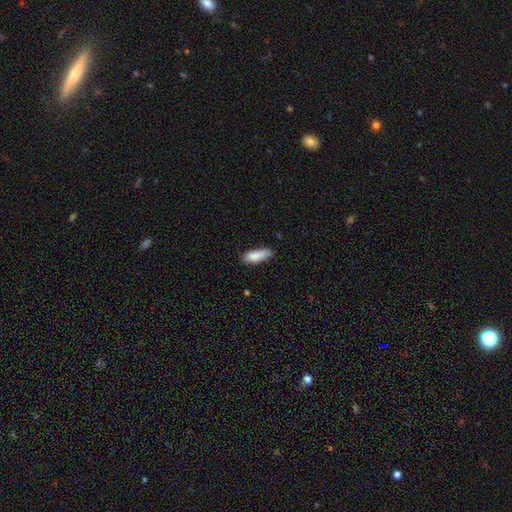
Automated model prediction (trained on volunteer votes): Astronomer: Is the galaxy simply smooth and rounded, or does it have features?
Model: smooth — 86%.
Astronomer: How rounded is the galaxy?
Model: in between — 52% (runner-up: cigar-shaped, 46%).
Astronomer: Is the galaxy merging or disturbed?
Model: none — 73%.